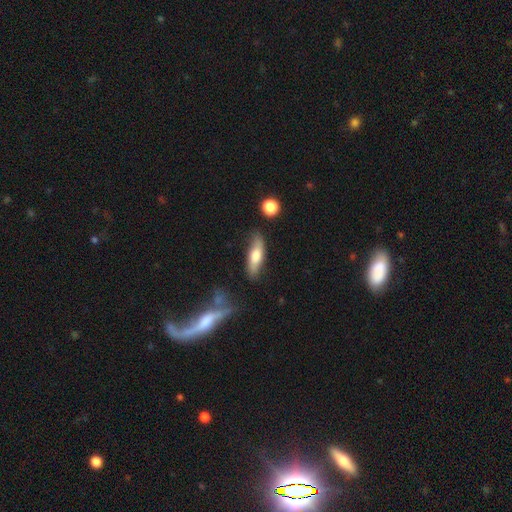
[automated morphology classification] smooth_or_featured: smooth (p=0.63) [alt: featured or disk p=0.31]
how_rounded: cigar-shaped (p=0.51) [alt: in between p=0.46]
merging: none (p=0.75) [alt: minor disturbance p=0.18]